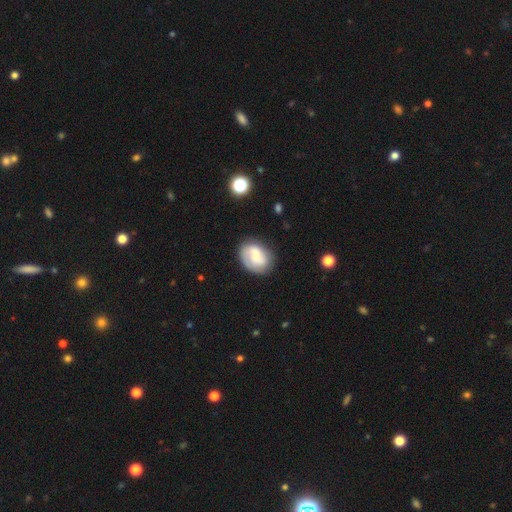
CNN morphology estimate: Smooth or featured? Predicted: smooth (p=0.49). Merging? Predicted: none (p=0.70).